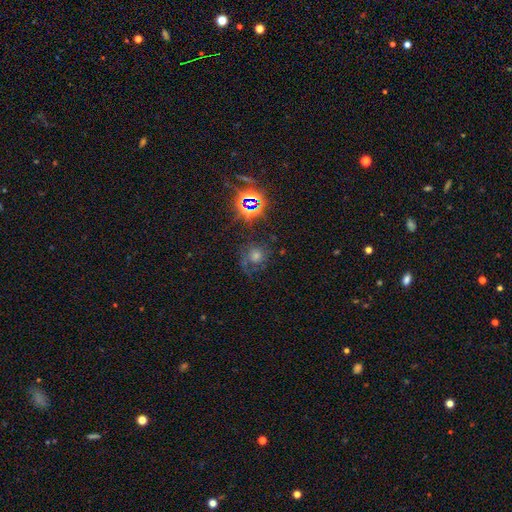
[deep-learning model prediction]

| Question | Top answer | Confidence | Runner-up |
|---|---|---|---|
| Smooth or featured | star or artifact | 41% | featured or disk (31%) |